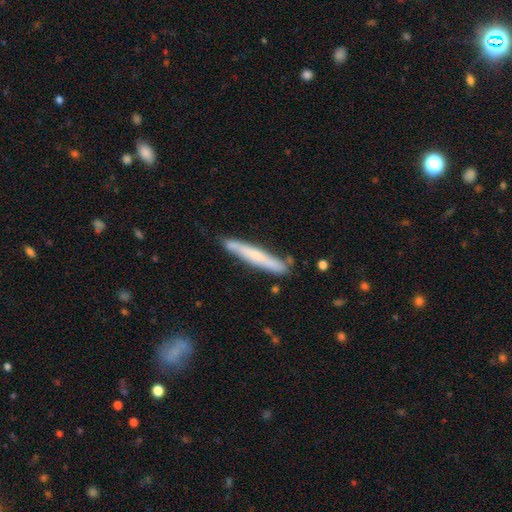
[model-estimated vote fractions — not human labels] smooth-or-featured: smooth: 55% | featured or disk: 39% | star or artifact: 6%
  how-rounded: cigar-shaped: 95% | in between: 4% | round: 1%
  merging: none: 80% | minor disturbance: 15% | merger: 3% | major disturbance: 2%